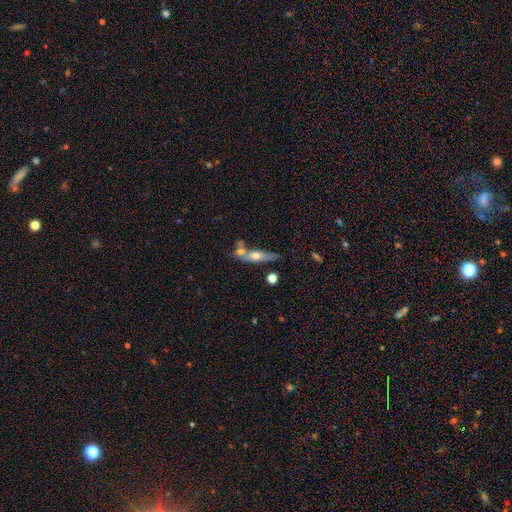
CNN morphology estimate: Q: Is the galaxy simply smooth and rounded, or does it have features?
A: featured or disk — 52%.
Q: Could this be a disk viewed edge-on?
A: yes — 78%.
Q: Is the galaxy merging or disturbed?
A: none — 50%.